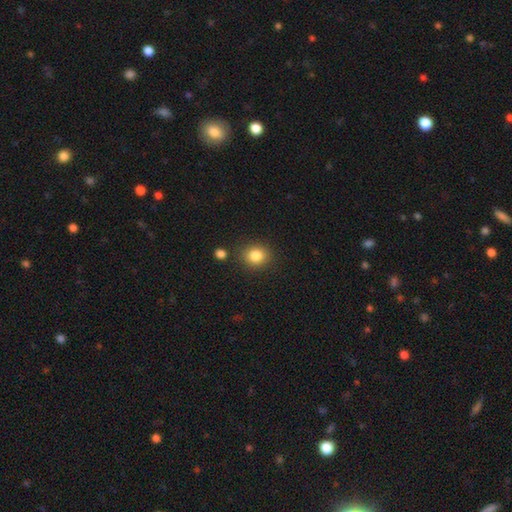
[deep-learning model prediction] This appears to be a smooth galaxy with no disk features (84%) that is round (76%). Merging: none (84%).